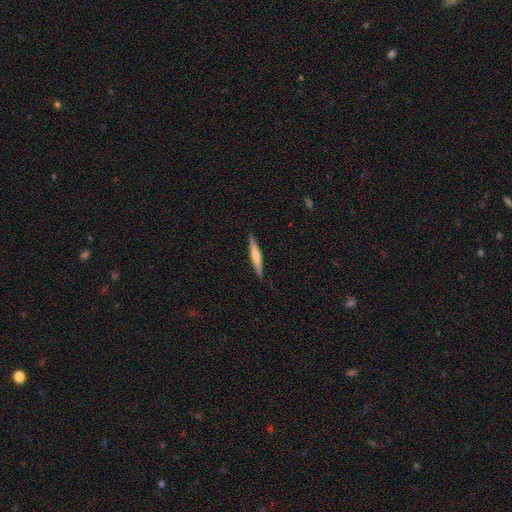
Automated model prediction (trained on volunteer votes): A smooth galaxy with no disk features (48%). Merging: none (88%).